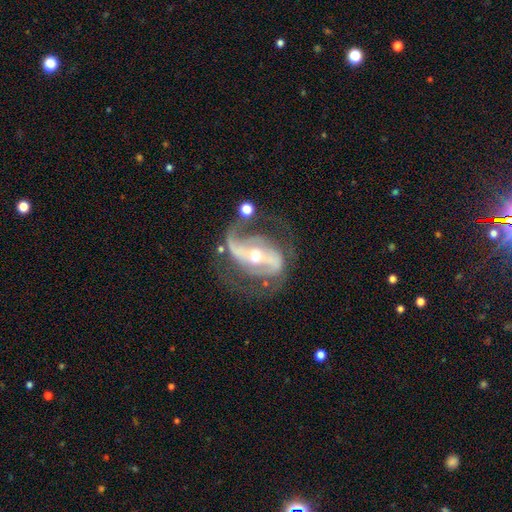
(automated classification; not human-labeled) Smooth or featured: featured or disk — 89% (star or artifact — 6%)
Edge-on disk: no — 96% (yes — 4%)
Bar: strong — 53% (weak — 27%)
Spiral arms: yes — 95% (no — 5%)
Spiral winding: medium — 48% (loose — 33%)
Spiral arm count: 2 — 86% (1 — 5%)
Bulge size: moderate — 54% (small — 41%)
Merging: none — 58% (major disturbance — 18%)